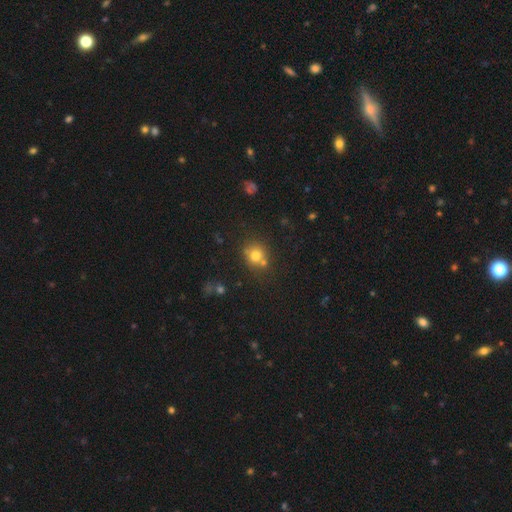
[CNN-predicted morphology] Smooth or featured? Predicted: smooth (p=0.73). How rounded? Predicted: round (p=0.82). Merging? Predicted: none (p=0.62).